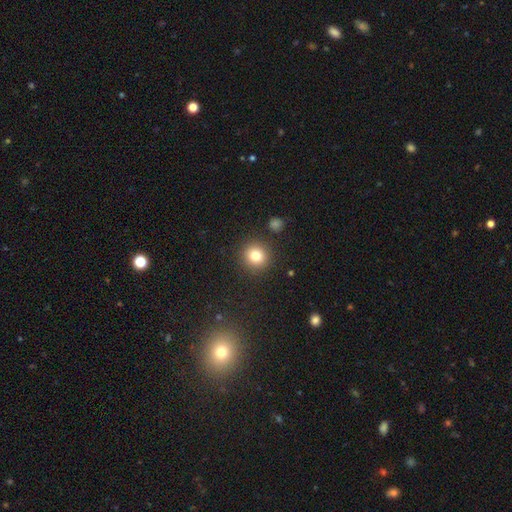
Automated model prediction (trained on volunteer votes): Smooth or featured?
  - smooth: 79% *
  - star or artifact: 13%
  - featured or disk: 8%
How rounded?
  - round: 93% *
  - in between: 6%
  - cigar-shaped: 1%
Merging?
  - none: 89% *
  - minor disturbance: 6%
  - major disturbance: 3%
  - merger: 2%